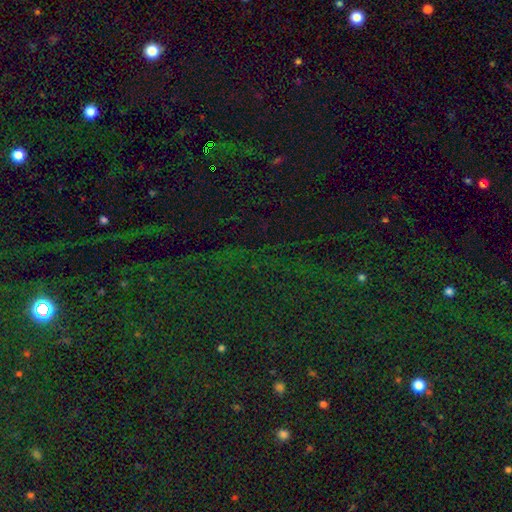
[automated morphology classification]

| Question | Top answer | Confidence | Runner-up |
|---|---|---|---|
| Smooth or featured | star or artifact | 79% | smooth (12%) |